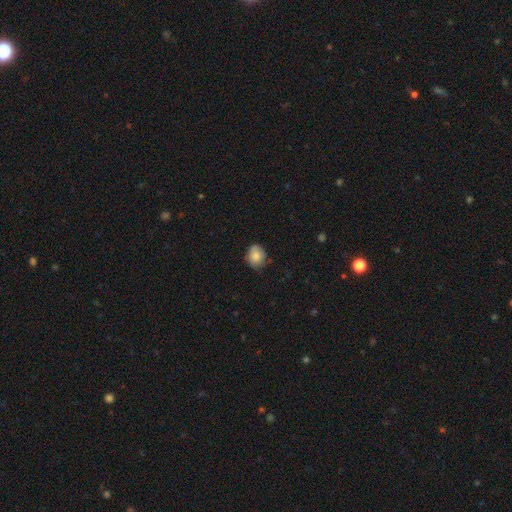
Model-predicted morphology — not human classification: Smooth or featured? smooth (80%)
How rounded? round (60%)
Merging? none (72%)